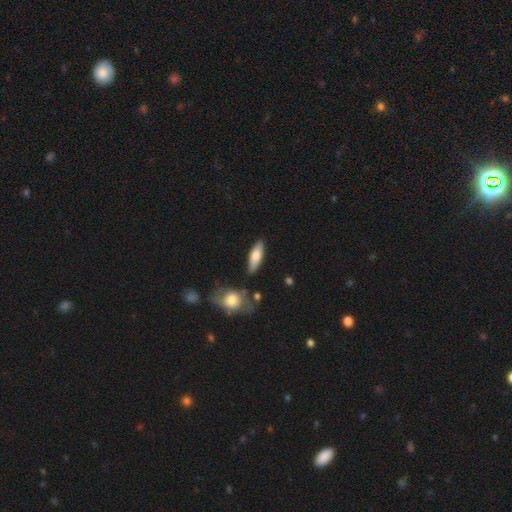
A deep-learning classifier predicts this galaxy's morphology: A smooth galaxy with no disk features (72%) that is in between round and cigar-shaped (52%). Merging: none (79%).